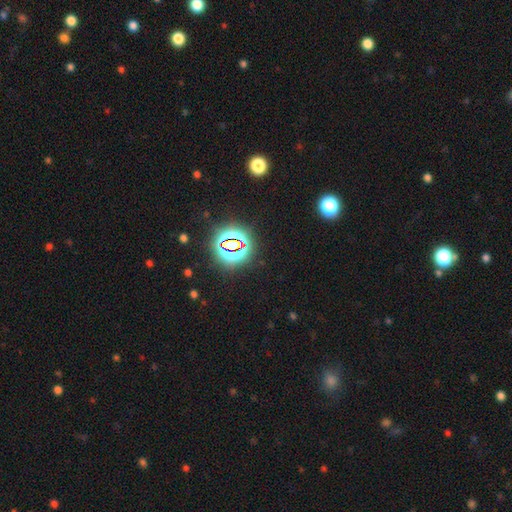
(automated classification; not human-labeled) Q: Smooth or featured?
A: star or artifact (82%); runner-up: smooth (12%)